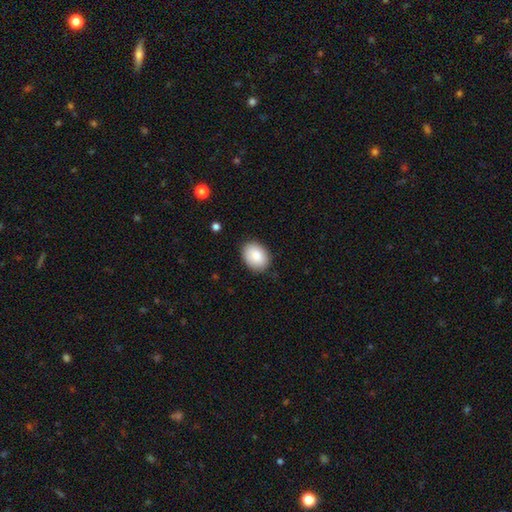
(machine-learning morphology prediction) A smooth galaxy with no disk features (87%) that is in between round and cigar-shaped (72%). Merging: none (86%).